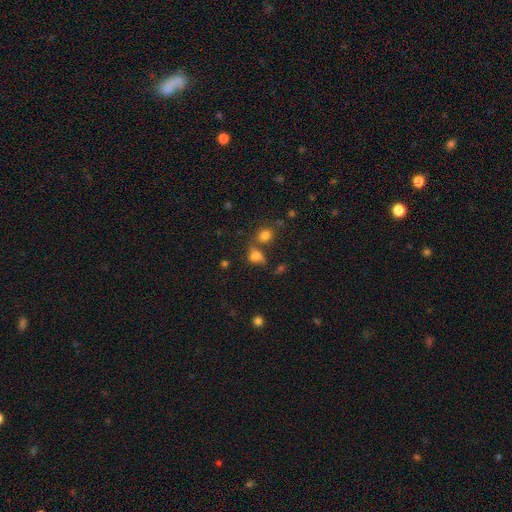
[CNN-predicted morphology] This appears to be a smooth galaxy with no disk features (72%) that is in between round and cigar-shaped (62%). Merging: none (39%).